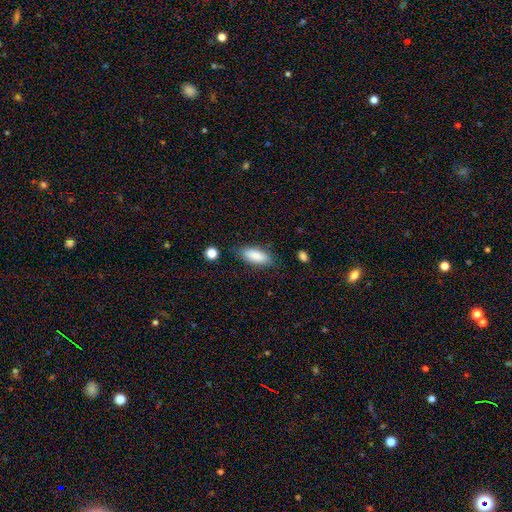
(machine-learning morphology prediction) A smooth galaxy with no disk features (87%) that is in between round and cigar-shaped (79%).

Vote fractions:
- Smooth or featured? smooth: 87% / featured or disk: 7% / star or artifact: 6%
- How rounded? in between: 79% / cigar-shaped: 19% / round: 2%
- Merging? none: 81% / minor disturbance: 14% / major disturbance: 3% / merger: 2%